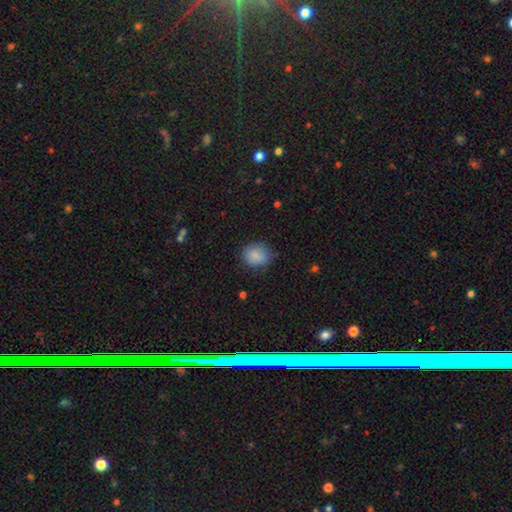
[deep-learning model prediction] smooth_or_featured: smooth (p=0.87) [alt: star or artifact p=0.08]
how_rounded: round (p=0.70) [alt: in between p=0.29]
merging: none (p=0.77) [alt: minor disturbance p=0.17]